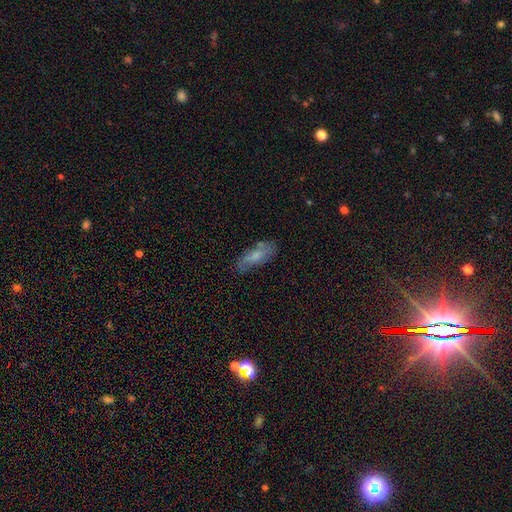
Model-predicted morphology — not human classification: A smooth galaxy with no disk features (60%) that is in between round and cigar-shaped (71%).

Vote fractions:
- Smooth or featured? smooth: 60% / featured or disk: 32% / star or artifact: 8%
- How rounded? in between: 71% / cigar-shaped: 26% / round: 3%
- Merging? none: 64% / minor disturbance: 24% / major disturbance: 8% / merger: 4%